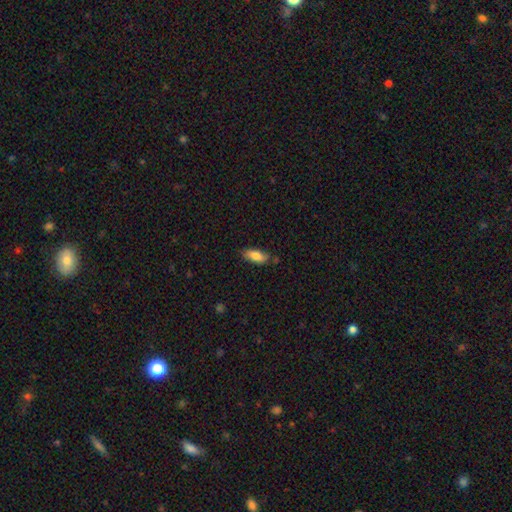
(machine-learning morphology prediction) Overall: smooth (80%). How rounded: in between (81%). Merging: none (75%).